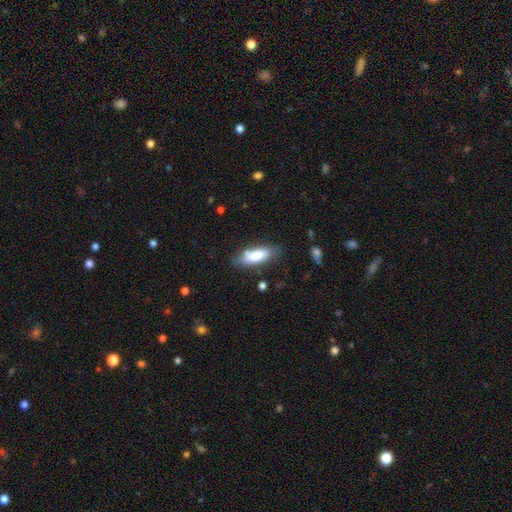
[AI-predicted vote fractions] This appears to be a smooth galaxy with no disk features (78%) that is in between round and cigar-shaped (68%). Merging: none (72%).